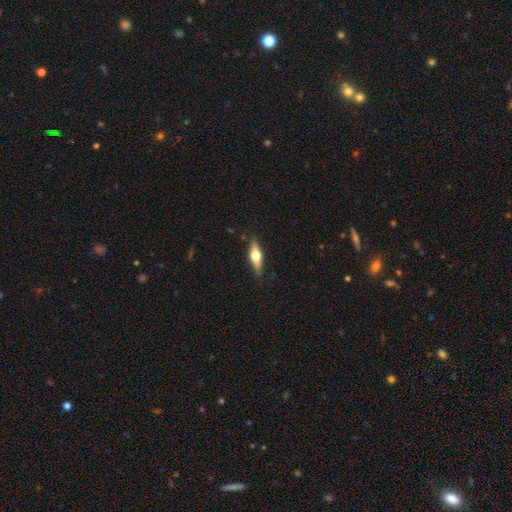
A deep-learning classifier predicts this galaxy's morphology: featured or disk 49%, smooth 45%, star or artifact 6%. Down the decision tree: merging — none (84%).